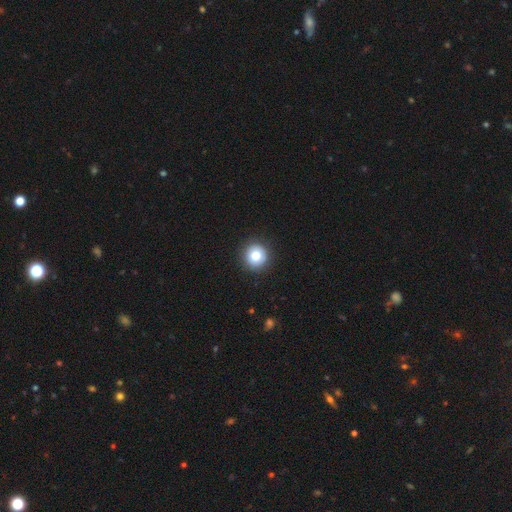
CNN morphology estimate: Smooth or featured? Predicted: smooth (p=0.80). How rounded? Predicted: round (p=0.94). Merging? Predicted: none (p=0.91).